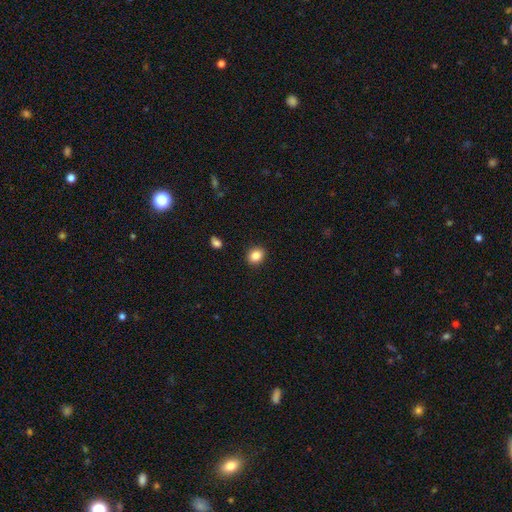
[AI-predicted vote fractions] Smooth or featured? Predicted: smooth (p=0.85). How rounded? Predicted: round (p=0.60). Merging? Predicted: none (p=0.90).